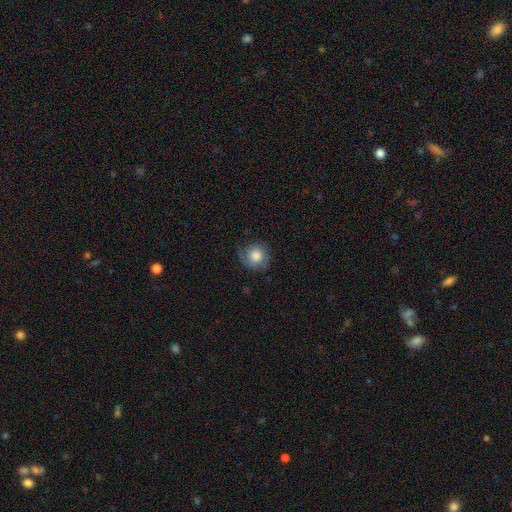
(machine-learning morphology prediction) Smooth or featured: smooth — 69% (featured or disk — 22%)
How rounded: round — 88% (in between — 11%)
Merging: none — 67% (minor disturbance — 23%)